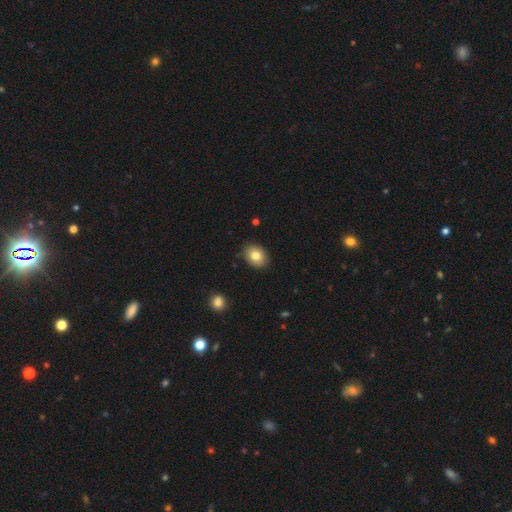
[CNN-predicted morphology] Q: Smooth or featured?
A: smooth (80%); runner-up: featured or disk (11%)
Q: How rounded?
A: in between (60%); runner-up: round (39%)
Q: Merging?
A: none (87%); runner-up: minor disturbance (10%)